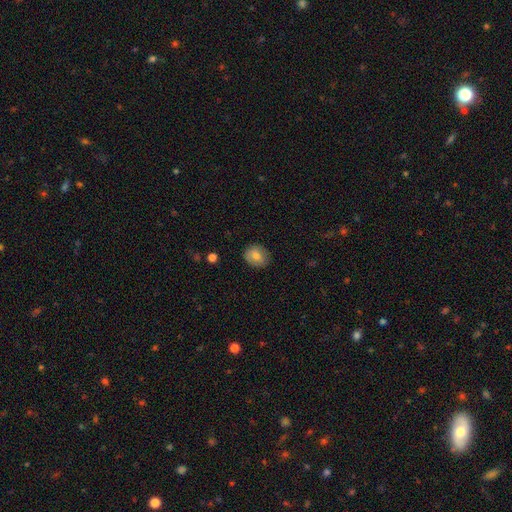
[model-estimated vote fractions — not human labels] Morphology: type=smooth (76%); roundness=round (61%); merging=none (84%).